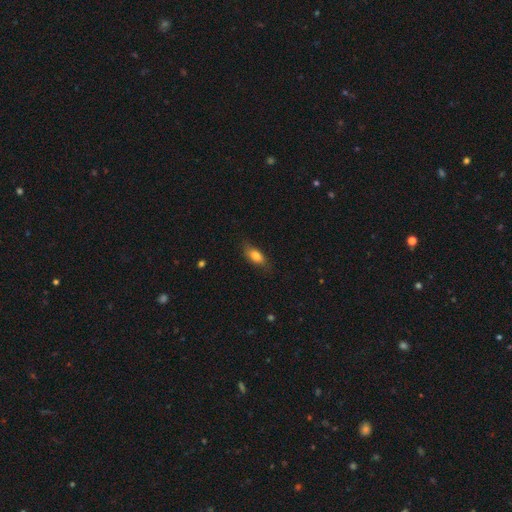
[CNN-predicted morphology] Smooth or featured?
  - smooth: 80% *
  - featured or disk: 13%
  - star or artifact: 7%
How rounded?
  - in between: 83% *
  - cigar-shaped: 12%
  - round: 5%
Merging?
  - none: 76% *
  - minor disturbance: 19%
  - major disturbance: 4%
  - merger: 1%